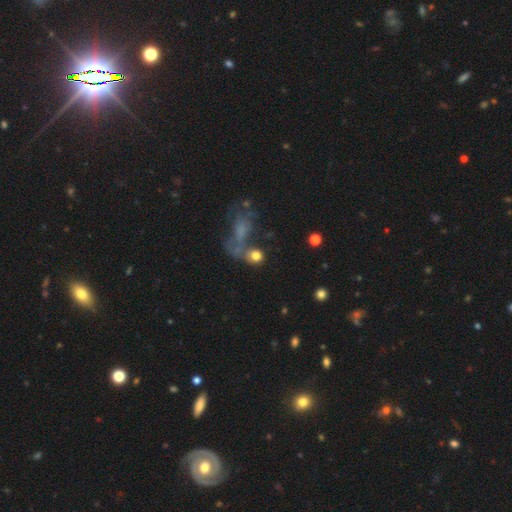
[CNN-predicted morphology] This appears to be a smooth galaxy with no disk features (75%) that is round (77%). Merging: none (47%).